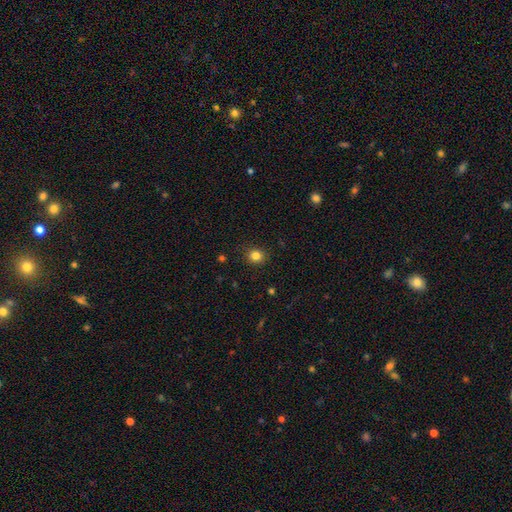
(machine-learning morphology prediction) A smooth galaxy with no disk features (83%) that is round (85%). Merging: none (90%).